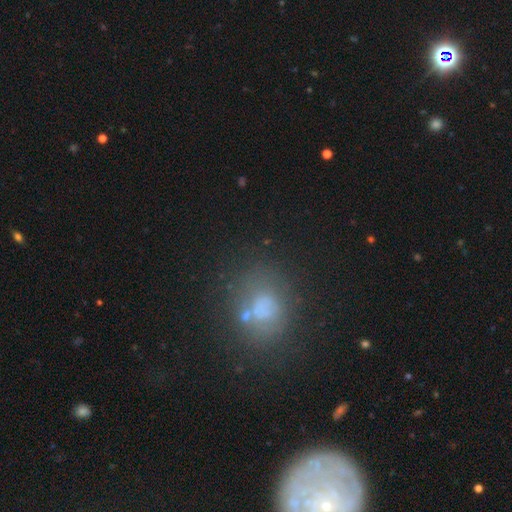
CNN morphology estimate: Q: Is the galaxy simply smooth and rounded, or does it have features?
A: smooth — 43%.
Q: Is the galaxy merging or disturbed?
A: none — 70%.